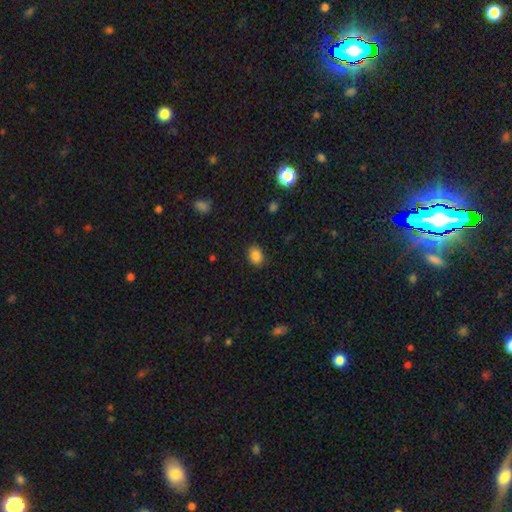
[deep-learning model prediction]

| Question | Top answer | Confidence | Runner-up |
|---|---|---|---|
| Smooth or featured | smooth | 86% | star or artifact (10%) |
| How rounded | in between | 67% | round (32%) |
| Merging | none | 87% | minor disturbance (10%) |